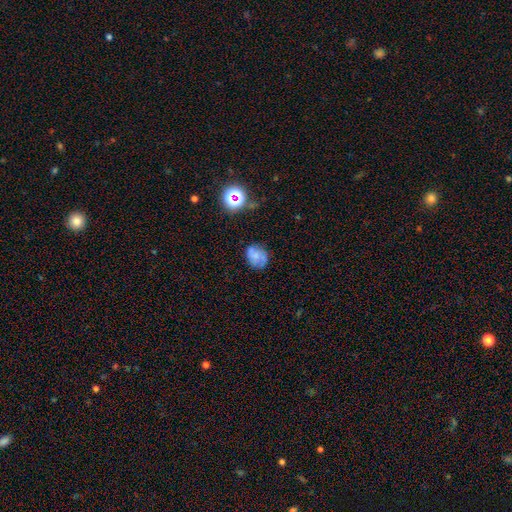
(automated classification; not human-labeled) Q: Smooth or featured?
A: smooth (49%); runner-up: featured or disk (37%)
Q: Merging?
A: none (62%); runner-up: minor disturbance (25%)